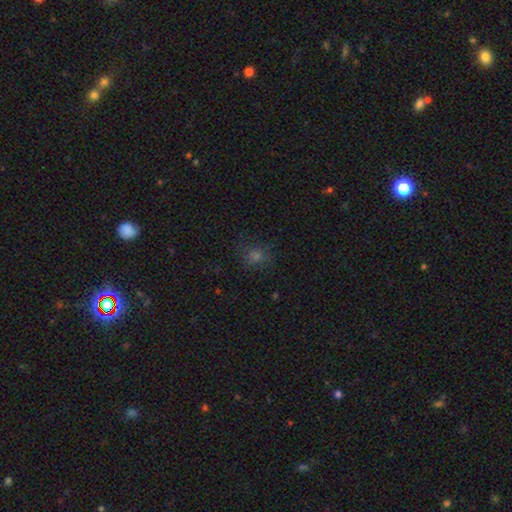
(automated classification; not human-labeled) This appears to be a smooth galaxy with no disk features (62%) that is round (80%). Merging: none (81%).